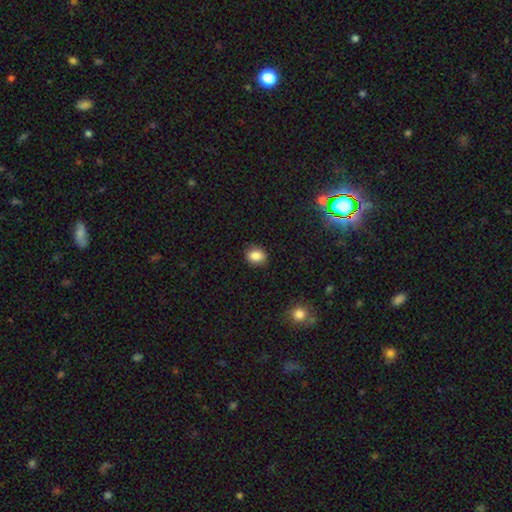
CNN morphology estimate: Smooth or featured? smooth (85%)
How rounded? round (53%)
Merging? none (86%)